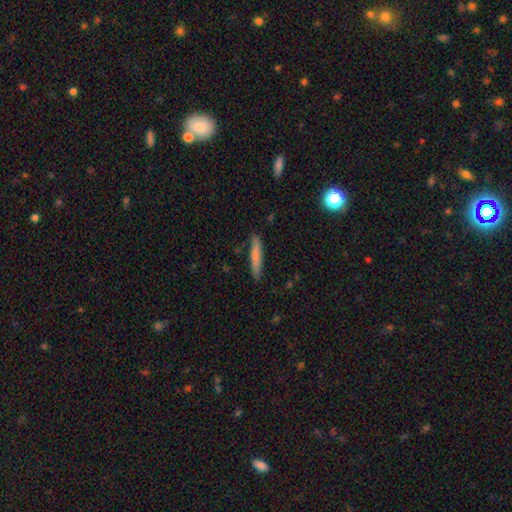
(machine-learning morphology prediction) A smooth galaxy with no disk features (75%) that is cigar-shaped (93%).

Vote fractions:
- Smooth or featured? smooth: 75% / featured or disk: 19% / star or artifact: 6%
- How rounded? cigar-shaped: 93% / in between: 6% / round: 1%
- Merging? none: 86% / minor disturbance: 11% / major disturbance: 2% / merger: 2%